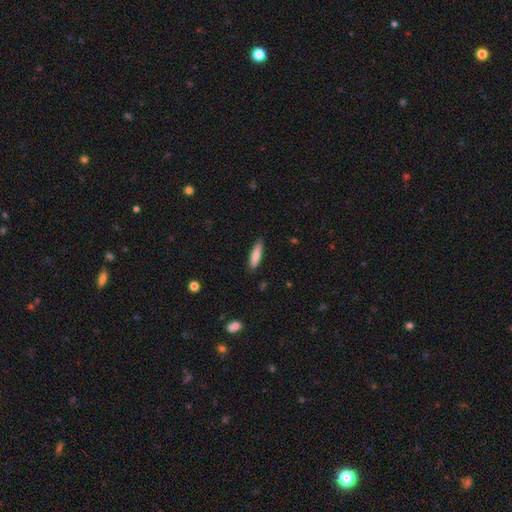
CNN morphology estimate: Smooth or featured? Predicted: smooth (p=0.80). How rounded? Predicted: cigar-shaped (p=0.70). Merging? Predicted: none (p=0.86).